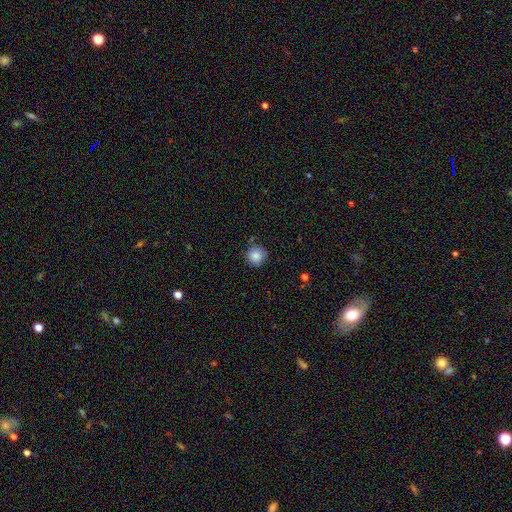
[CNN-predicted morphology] This appears to be a smooth galaxy with no disk features (85%) that is round (94%). Merging: none (83%).